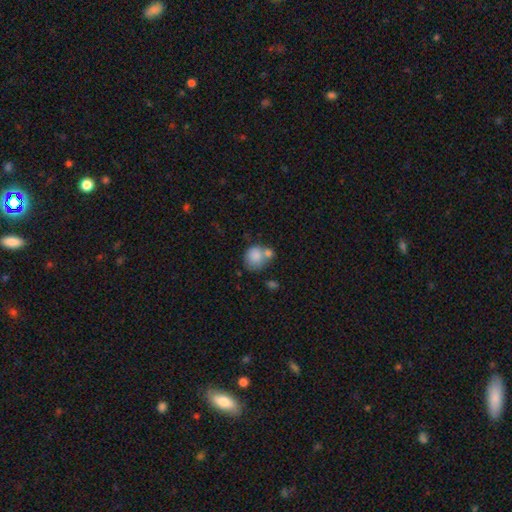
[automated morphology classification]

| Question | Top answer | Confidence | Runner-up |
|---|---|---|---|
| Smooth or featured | smooth | 82% | featured or disk (10%) |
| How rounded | round | 76% | in between (23%) |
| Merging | none | 40% | merger (39%) |